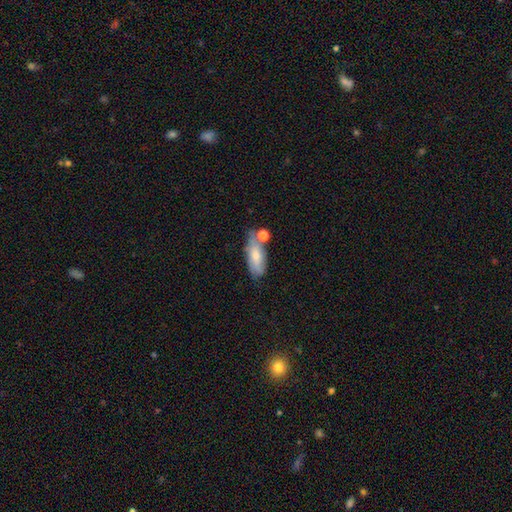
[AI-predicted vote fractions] A smooth galaxy with no disk features (69%) that is in between round and cigar-shaped (78%).

Vote fractions:
- Smooth or featured? smooth: 69% / featured or disk: 24% / star or artifact: 7%
- How rounded? in between: 78% / cigar-shaped: 18% / round: 4%
- Merging? none: 49% / minor disturbance: 23% / merger: 20% / major disturbance: 8%